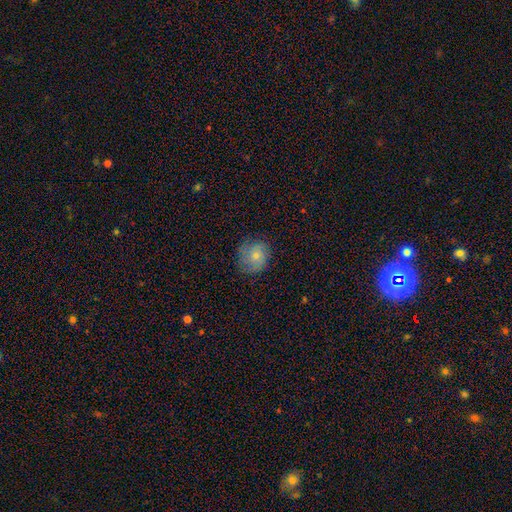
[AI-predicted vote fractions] Smooth or featured: smooth — 66% (featured or disk — 25%)
How rounded: round — 82% (in between — 17%)
Merging: none — 78% (minor disturbance — 16%)